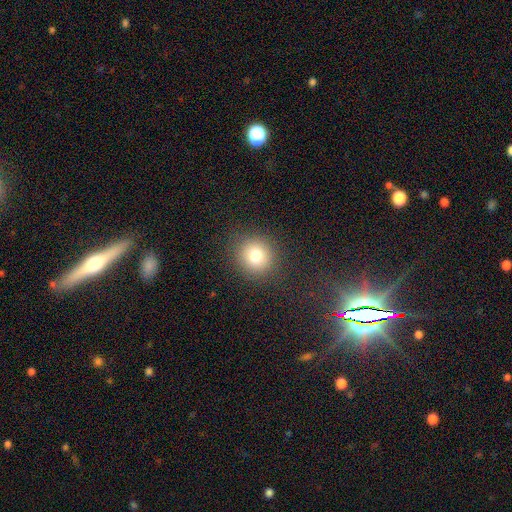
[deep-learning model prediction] A smooth galaxy with no disk features (77%) that is round (90%). Merging: none (88%).